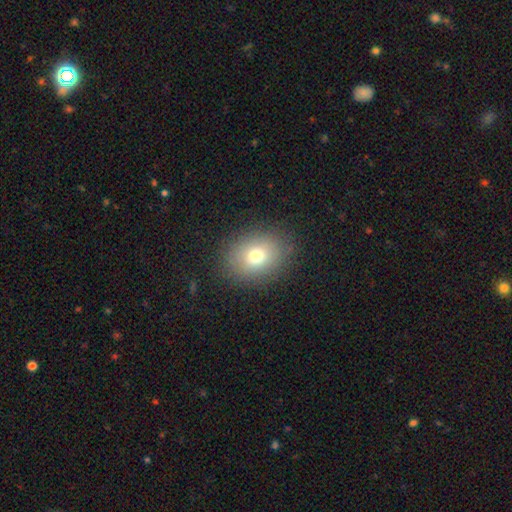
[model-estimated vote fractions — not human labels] A smooth galaxy with no disk features (74%) that is in between round and cigar-shaped (51%). Merging: none (85%).